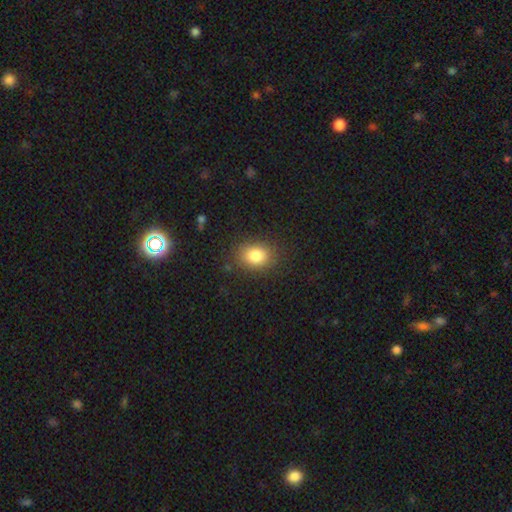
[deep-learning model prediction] A smooth galaxy with no disk features (82%) that is in between round and cigar-shaped (55%).

Vote fractions:
- Smooth or featured? smooth: 82% / star or artifact: 10% / featured or disk: 7%
- How rounded? in between: 55% / round: 44% / cigar-shaped: 1%
- Merging? none: 84% / minor disturbance: 11% / major disturbance: 4% / merger: 1%